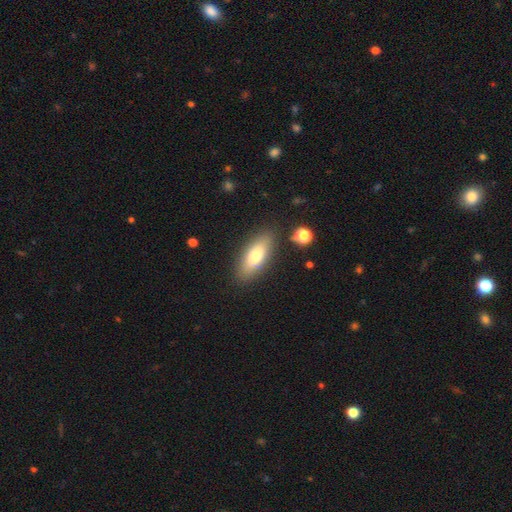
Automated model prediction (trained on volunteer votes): This is likely a smooth galaxy (71%). How rounded: likely in between (73%). Merging: clearly none (84%).